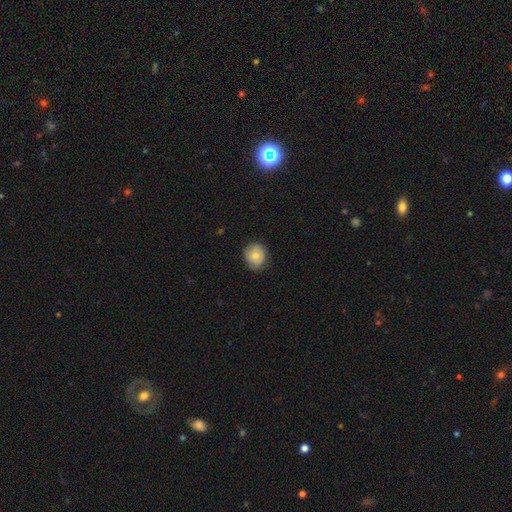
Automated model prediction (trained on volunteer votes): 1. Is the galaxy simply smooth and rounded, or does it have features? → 72% smooth, 19% featured or disk, 8% star or artifact.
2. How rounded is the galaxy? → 81% round, 18% in between, 1% cigar-shaped.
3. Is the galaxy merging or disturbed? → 76% none, 20% minor disturbance, 3% major disturbance, 1% merger.